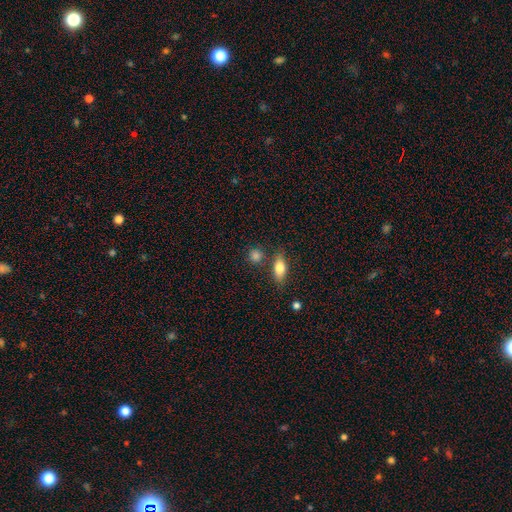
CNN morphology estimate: This appears to be a smooth galaxy with no disk features (83%) that is round (72%). Merging: none (74%).